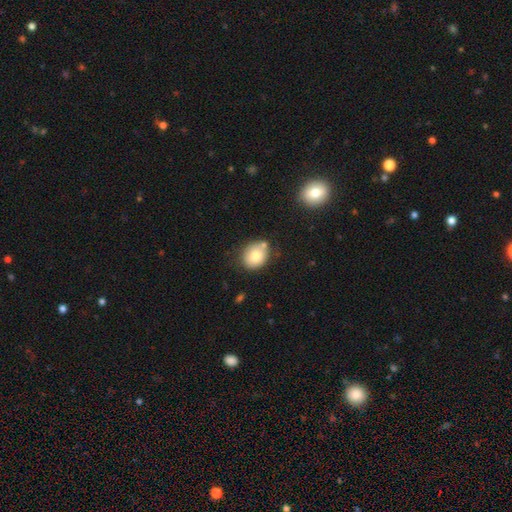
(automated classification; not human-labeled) Smooth or featured?
  - smooth: 77% *
  - featured or disk: 14%
  - star or artifact: 9%
How rounded?
  - round: 61% *
  - in between: 38%
  - cigar-shaped: 1%
Merging?
  - none: 70% *
  - minor disturbance: 17%
  - merger: 10%
  - major disturbance: 4%